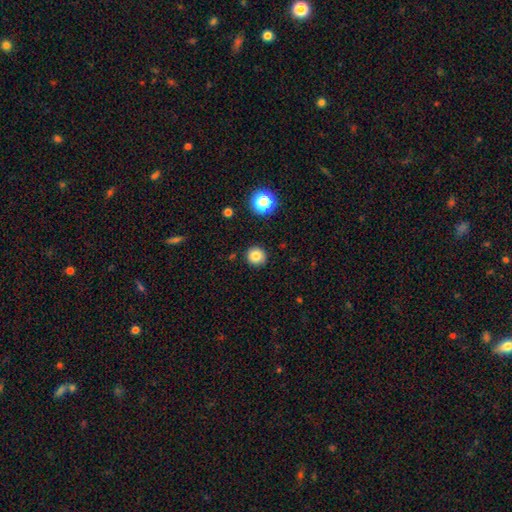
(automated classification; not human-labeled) smooth-or-featured: smooth: 82% | star or artifact: 12% | featured or disk: 6%
  how-rounded: round: 93% | in between: 6% | cigar-shaped: 1%
  merging: none: 90% | minor disturbance: 6% | major disturbance: 2% | merger: 1%